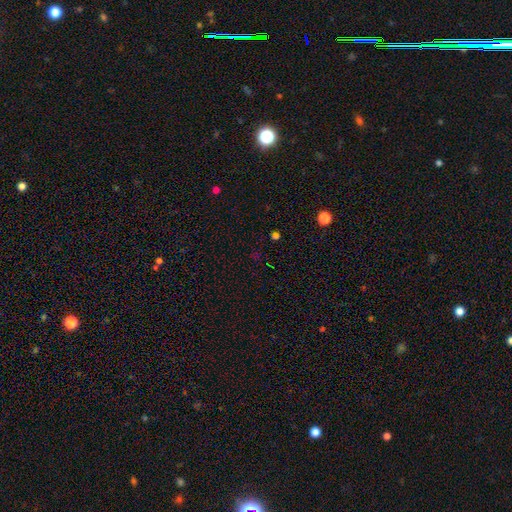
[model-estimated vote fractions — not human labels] A star or artifact, not a galaxy (61%).

Vote fractions:
- Smooth or featured? star or artifact: 61% / smooth: 32% / featured or disk: 7%